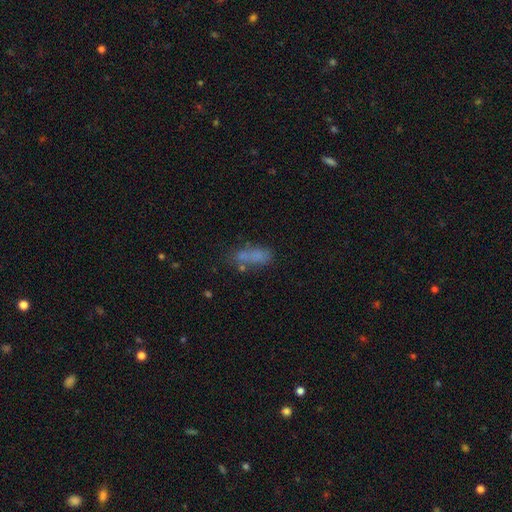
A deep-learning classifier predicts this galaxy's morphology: The model was most divided on "merging": none: 50%, minor disturbance: 20%, merger: 18%, major disturbance: 12%. More confident: how rounded — in between (70%); smooth or featured — smooth (69%).